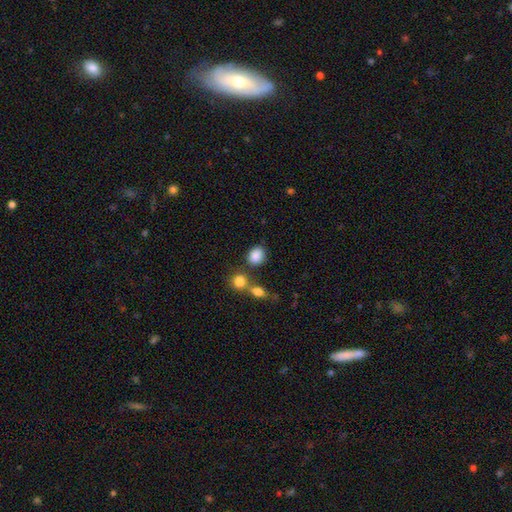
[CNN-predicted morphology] Overall: smooth (86%). How rounded: round (50%; in between 49%). Merging: none (63%).